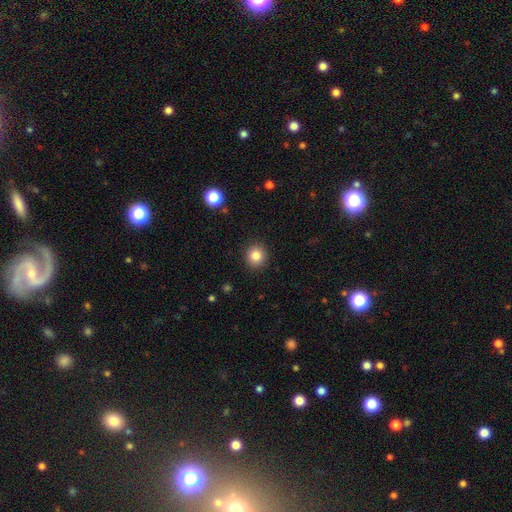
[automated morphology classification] Smooth or featured?
  - smooth: 84% *
  - star or artifact: 11%
  - featured or disk: 6%
How rounded?
  - round: 89% *
  - in between: 10%
  - cigar-shaped: 1%
Merging?
  - none: 91% *
  - minor disturbance: 6%
  - major disturbance: 2%
  - merger: 1%